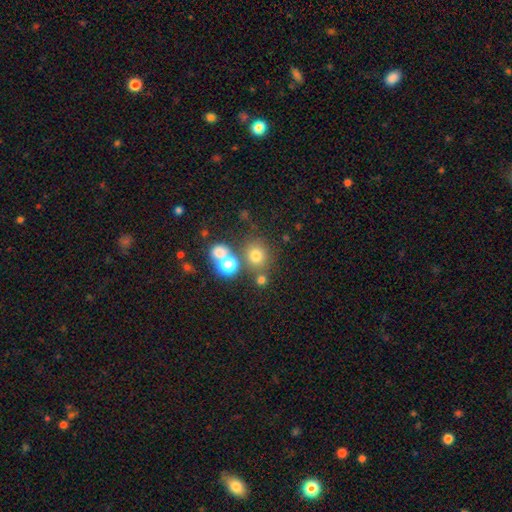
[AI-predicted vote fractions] Morphology: type=smooth (71%); roundness=round (82%); merging=none (65%).